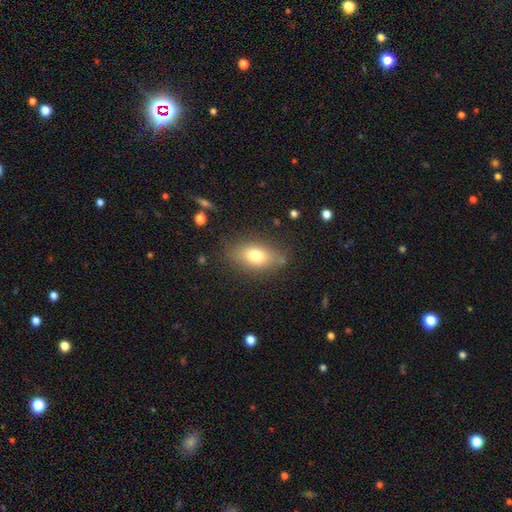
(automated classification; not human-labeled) Q: Smooth or featured?
A: smooth (75%); runner-up: featured or disk (16%)
Q: How rounded?
A: in between (84%); runner-up: round (10%)
Q: Merging?
A: none (79%); runner-up: minor disturbance (14%)